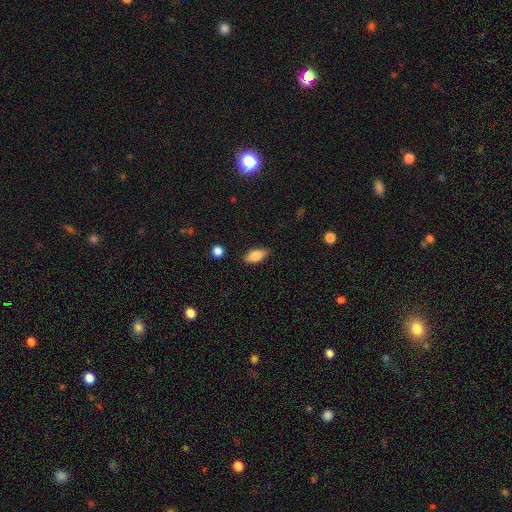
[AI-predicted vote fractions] This is clearly a smooth galaxy (80%). How rounded: clearly in between (85%). Merging: clearly none (85%).